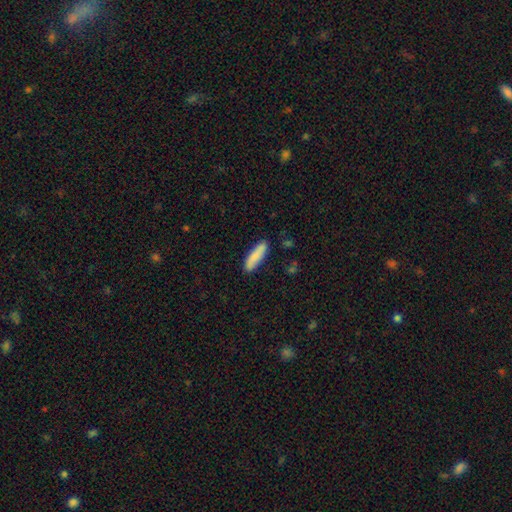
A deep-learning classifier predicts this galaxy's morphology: Smooth or featured: smooth — 84% (featured or disk — 10%)
How rounded: cigar-shaped — 65% (in between — 34%)
Merging: none — 86% (minor disturbance — 11%)